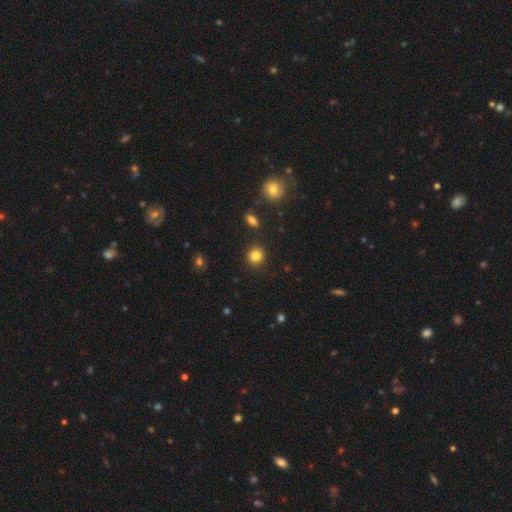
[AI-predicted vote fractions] smooth-or-featured: smooth: 84% | star or artifact: 11% | featured or disk: 5%
  how-rounded: round: 88% | in between: 11% | cigar-shaped: 1%
  merging: none: 89% | minor disturbance: 7% | major disturbance: 2% | merger: 2%